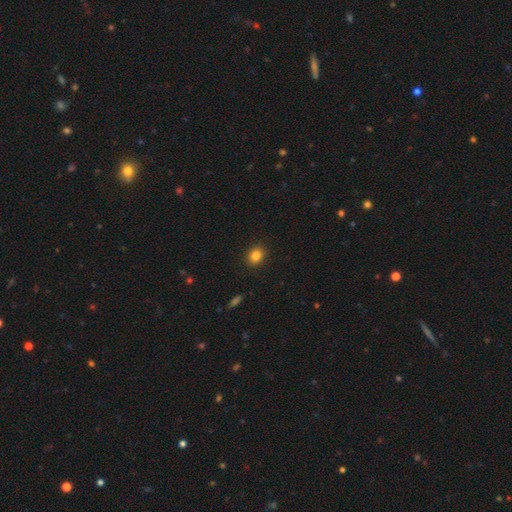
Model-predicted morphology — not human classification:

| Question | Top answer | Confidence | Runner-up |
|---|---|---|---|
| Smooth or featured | smooth | 84% | star or artifact (10%) |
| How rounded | round | 53% | in between (45%) |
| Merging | none | 90% | minor disturbance (7%) |